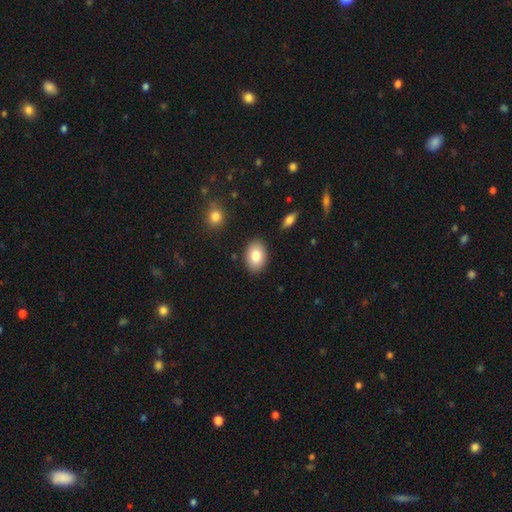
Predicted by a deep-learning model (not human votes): Smooth or featured? smooth (82%)
How rounded? in between (85%)
Merging? none (87%)